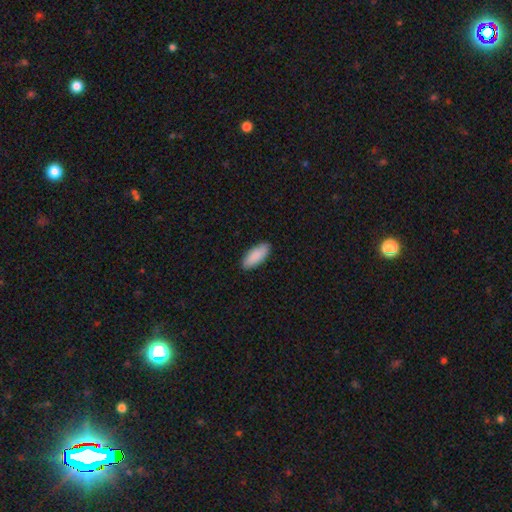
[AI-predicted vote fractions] Overall: smooth (90%). How rounded: in between (80%). Merging: none (88%).